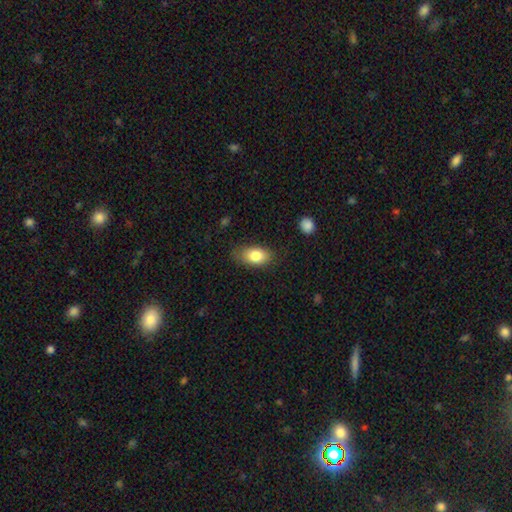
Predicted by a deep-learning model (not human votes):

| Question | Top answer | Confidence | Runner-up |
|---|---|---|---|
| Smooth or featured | smooth | 81% | featured or disk (12%) |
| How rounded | in between | 90% | round (7%) |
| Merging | none | 76% | minor disturbance (18%) |